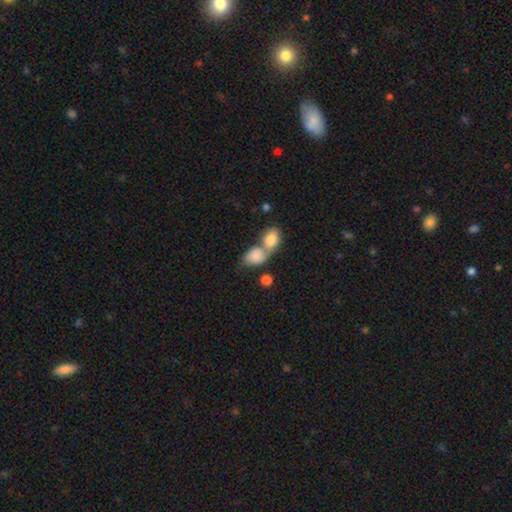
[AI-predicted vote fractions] smooth-or-featured: smooth: 80% | featured or disk: 13% | star or artifact: 7%
  how-rounded: in between: 82% | round: 16% | cigar-shaped: 2%
  merging: merger: 66% | none: 22% | minor disturbance: 8% | major disturbance: 4%